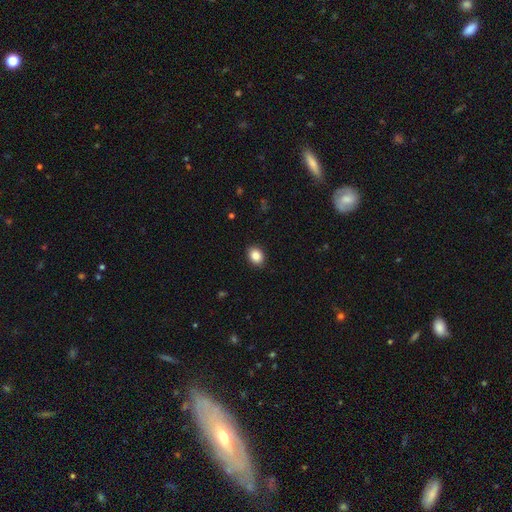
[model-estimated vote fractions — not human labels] Smooth or featured?
  - smooth: 87% *
  - star or artifact: 9%
  - featured or disk: 4%
How rounded?
  - in between: 57% *
  - round: 42%
  - cigar-shaped: 1%
Merging?
  - none: 89% *
  - minor disturbance: 8%
  - major disturbance: 2%
  - merger: 1%